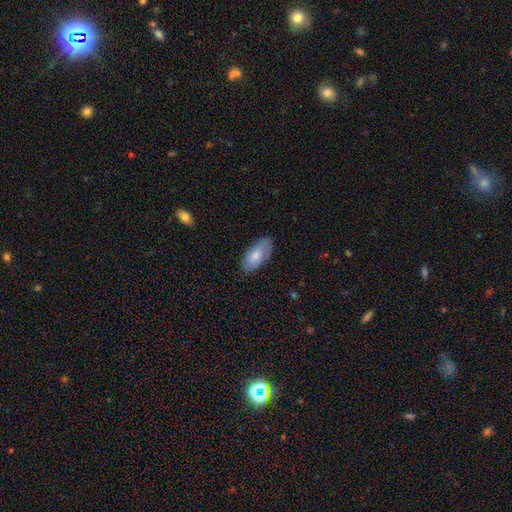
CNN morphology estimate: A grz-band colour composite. It shows a smooth galaxy with no disk features (76%) that is in between round and cigar-shaped (91%). Merging: none (79%).